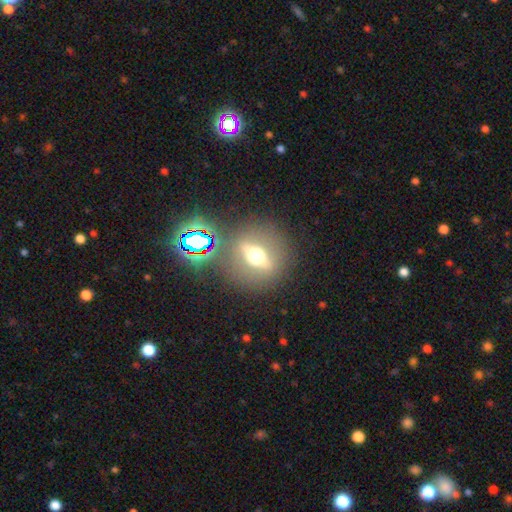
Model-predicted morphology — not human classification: A featured or disk galaxy (59%) viewed edge-on (57%). Merging: none (82%).